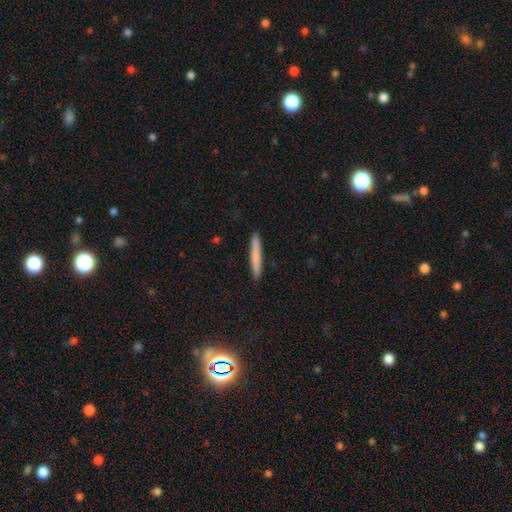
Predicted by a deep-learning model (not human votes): This appears to be a smooth galaxy with no disk features (76%) that is cigar-shaped (96%). Merging: none (92%).